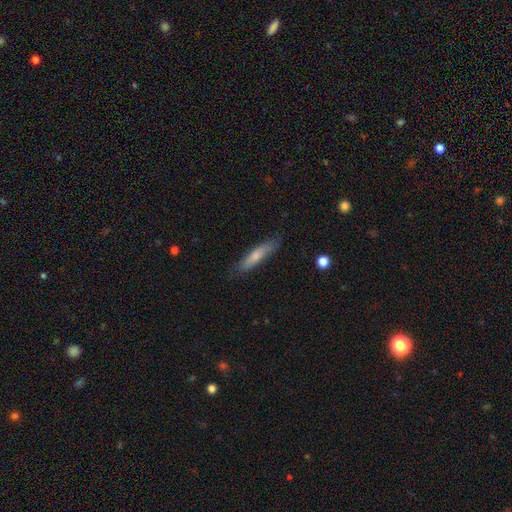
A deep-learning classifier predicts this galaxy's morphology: type=smooth (69%); roundness=cigar-shaped (84%); merging=none (80%).